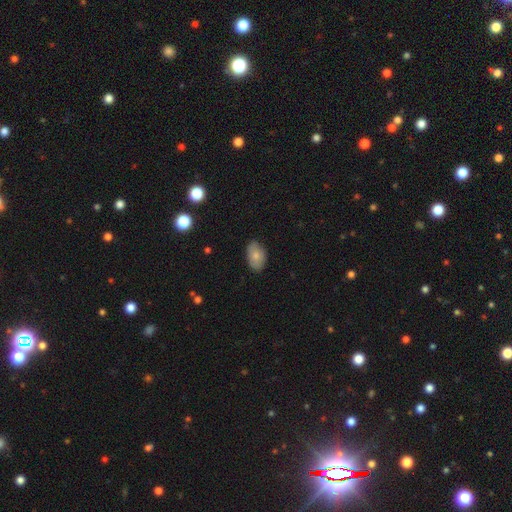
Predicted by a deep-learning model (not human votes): This appears to be a smooth galaxy with no disk features (78%) that is in between round and cigar-shaped (90%). Merging: none (82%).